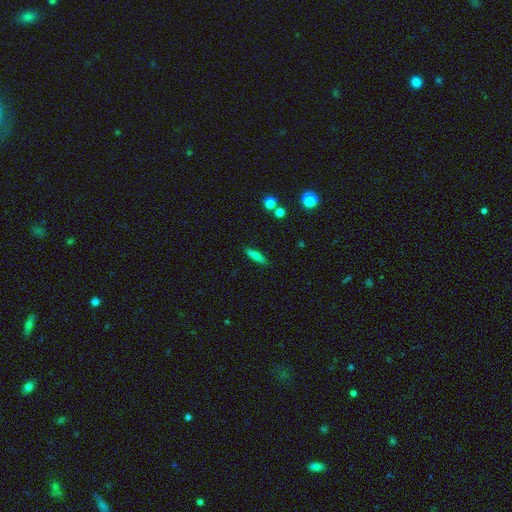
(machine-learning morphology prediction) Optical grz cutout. It shows a smooth galaxy with no disk features (75%) that is cigar-shaped (76%). Merging: none (87%).